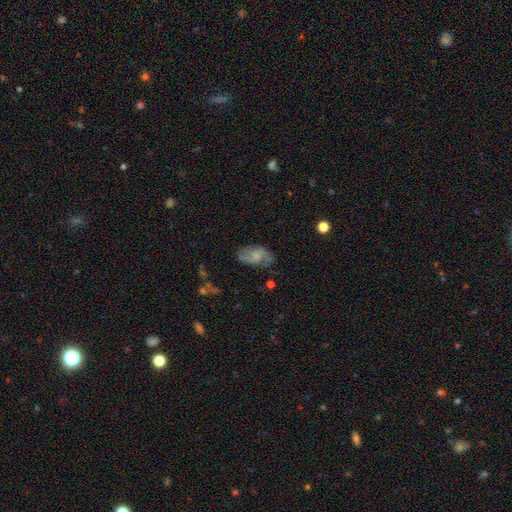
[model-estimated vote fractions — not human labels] smooth-or-featured: smooth: 48% | featured or disk: 44% | star or artifact: 8%
  merging: none: 64% | minor disturbance: 25% | major disturbance: 9% | merger: 2%